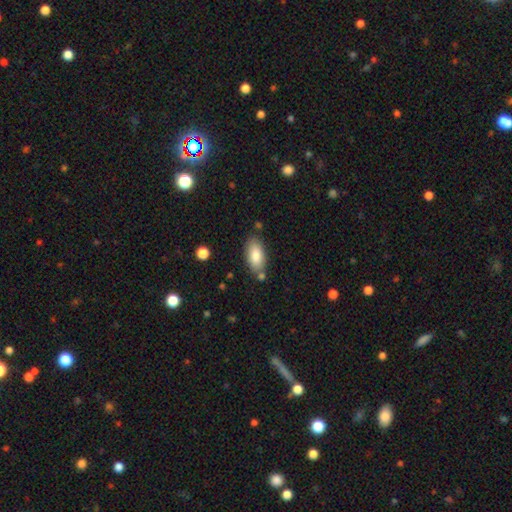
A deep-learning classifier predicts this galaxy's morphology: Smooth or featured: smooth — 84% (featured or disk — 10%)
How rounded: in between — 91% (cigar-shaped — 7%)
Merging: none — 74% (minor disturbance — 15%)